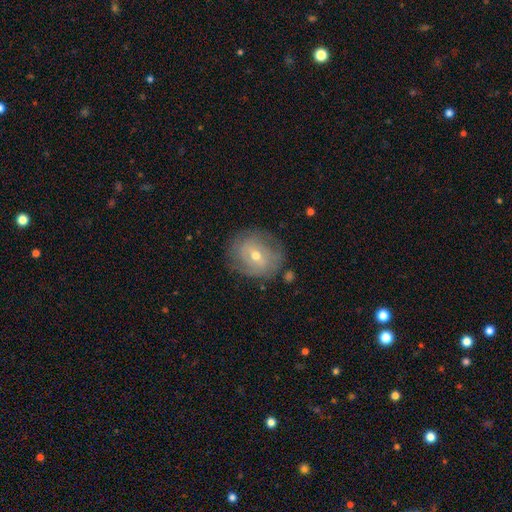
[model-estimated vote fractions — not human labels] smooth-or-featured: featured or disk: 59% | smooth: 32% | star or artifact: 9%
  disk-edge-on: no: 95% | yes: 5%
    bar: no: 43% | weak: 42% | strong: 15%
    has-spiral-arms: yes: 63% | no: 37%
    bulge-size: moderate: 56% | small: 40% | large: 2% | none: 1% | dominant: 1%
  merging: none: 72% | minor disturbance: 18% | major disturbance: 8% | merger: 2%